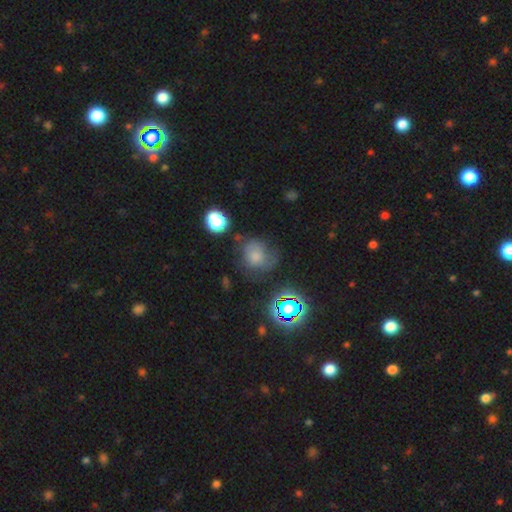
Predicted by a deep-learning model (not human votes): This is possibly a smooth galaxy (60%). How rounded: likely round (71%). Merging: possibly none (47%).